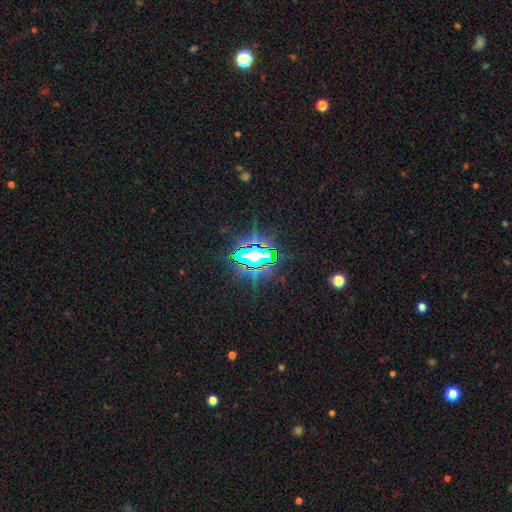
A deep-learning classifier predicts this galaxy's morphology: Smooth or featured?
  - star or artifact: 80% *
  - smooth: 11%
  - featured or disk: 9%